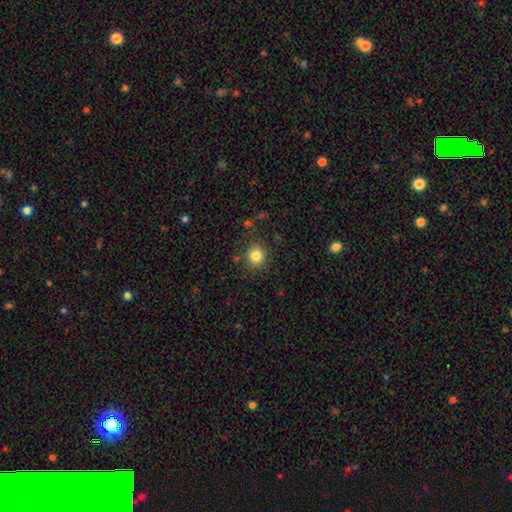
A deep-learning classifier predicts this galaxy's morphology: Overall: smooth (83%). How rounded: round (84%). Merging: none (85%).